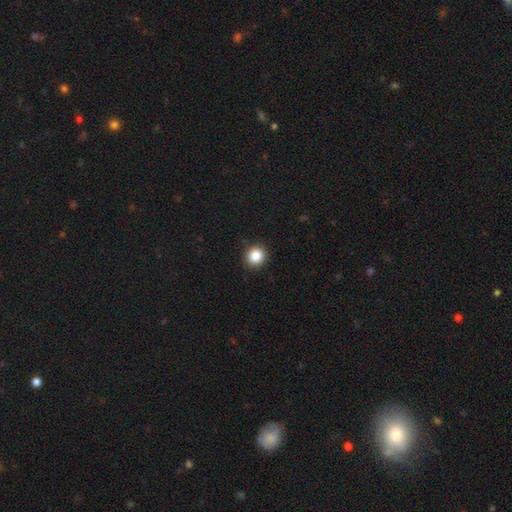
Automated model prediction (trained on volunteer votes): smooth_or_featured: smooth (p=0.87) [alt: star or artifact p=0.10]
how_rounded: round (p=0.90) [alt: in between p=0.09]
merging: none (p=0.91) [alt: minor disturbance p=0.06]